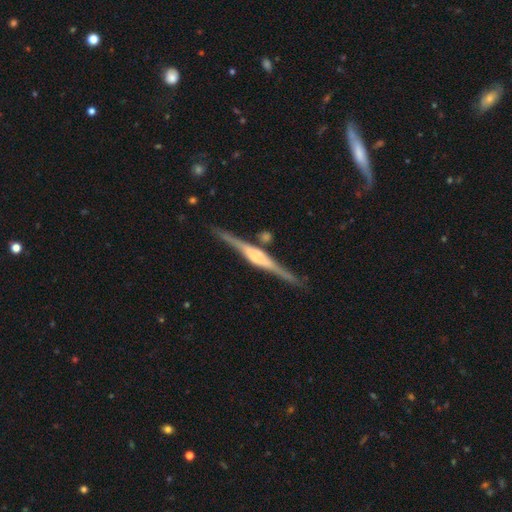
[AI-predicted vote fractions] This appears to be a featured or disk galaxy (85%) viewed edge-on (98%) with a rounded central bulge (55%). Merging: none (86%).